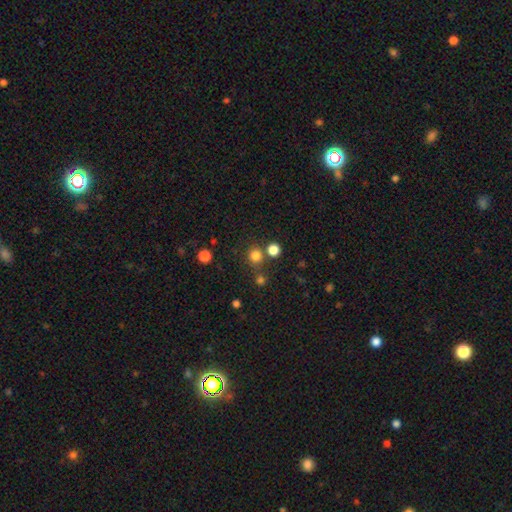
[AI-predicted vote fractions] Q: Smooth or featured?
A: smooth (78%); runner-up: star or artifact (17%)
Q: How rounded?
A: round (93%); runner-up: in between (6%)
Q: Merging?
A: none (75%); runner-up: merger (15%)